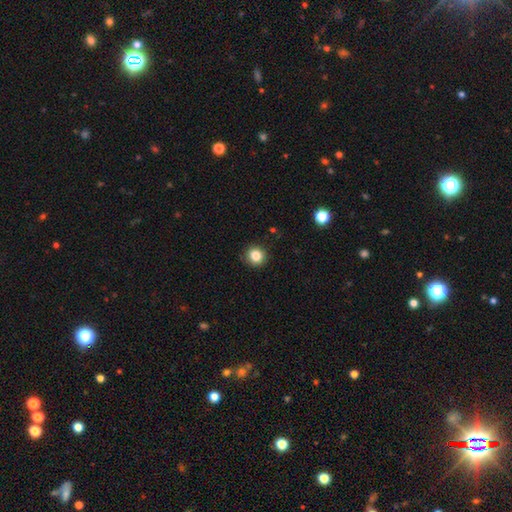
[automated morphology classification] Smooth or featured? smooth (85%)
How rounded? round (91%)
Merging? none (90%)